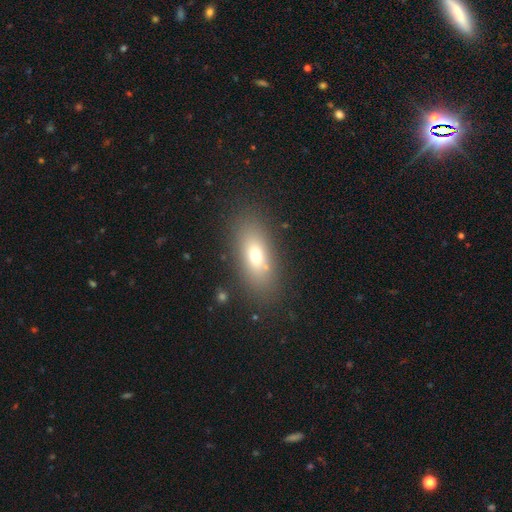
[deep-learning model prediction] Overall: smooth (67%). How rounded: in between (76%). Merging: none (83%).